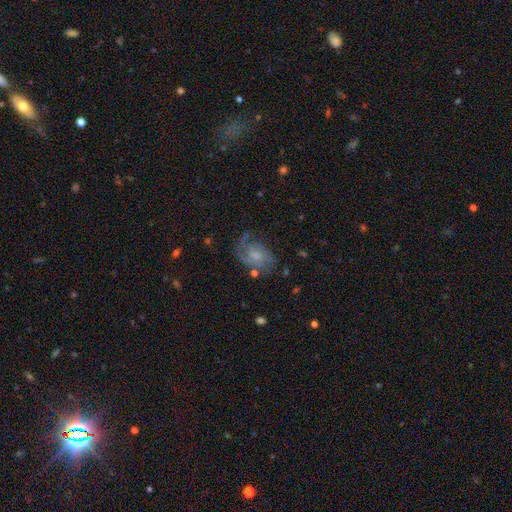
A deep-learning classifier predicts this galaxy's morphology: smooth_or_featured: featured or disk (p=0.73) [alt: smooth p=0.18]
disk_edge_on: no (p=0.97) [alt: yes p=0.03]
bar: no (p=0.56) [alt: weak p=0.38]
has_spiral_arms: yes (p=0.91) [alt: no p=0.09]
spiral_winding: medium (p=0.44) [alt: tight p=0.35]
spiral_arm_count: 2 (p=0.41) [alt: can't tell p=0.22]
bulge_size: small (p=0.43) [alt: moderate p=0.32]
merging: none (p=0.54) [alt: minor disturbance p=0.22]